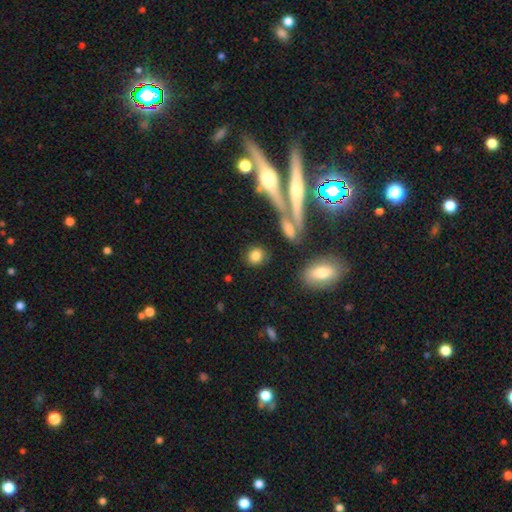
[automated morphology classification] A smooth galaxy with no disk features (80%) that is round (72%). Merging: none (79%).